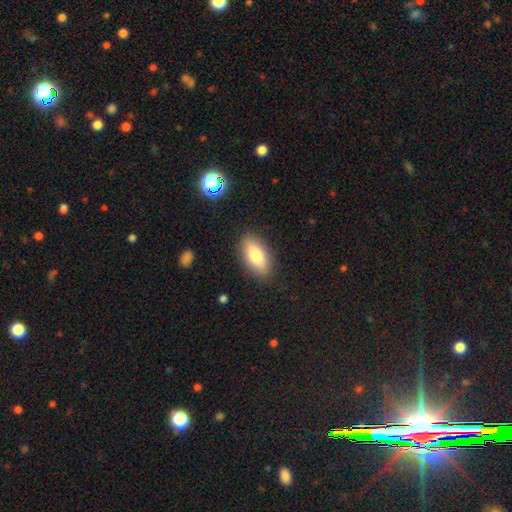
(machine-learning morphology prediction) Overall: smooth (78%). How rounded: in between (86%). Merging: none (87%).